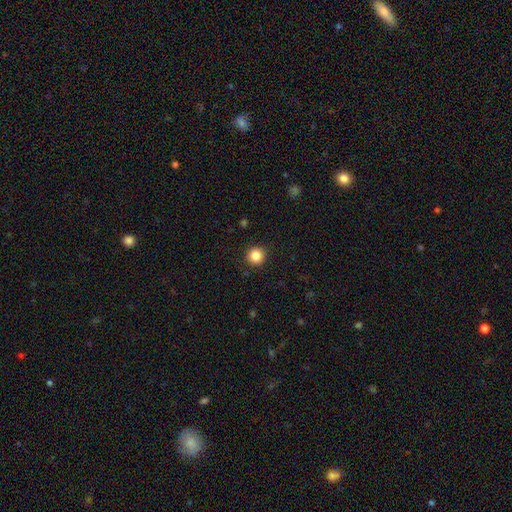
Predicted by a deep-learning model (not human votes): A smooth galaxy with no disk features (86%) that is round (95%).

Vote fractions:
- Smooth or featured? smooth: 86% / star or artifact: 10% / featured or disk: 4%
- How rounded? round: 95% / in between: 4% / cigar-shaped: 1%
- Merging? none: 92% / minor disturbance: 5% / major disturbance: 2% / merger: 1%